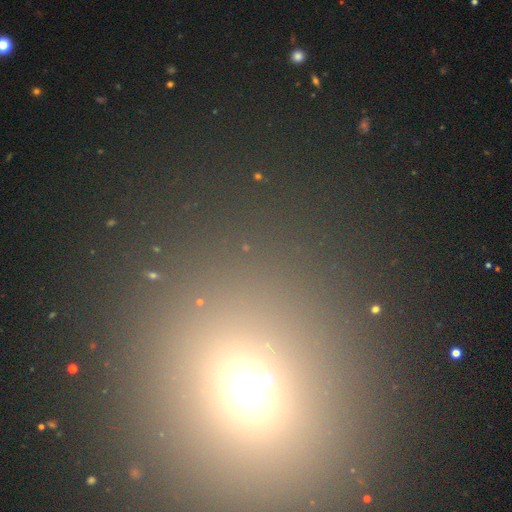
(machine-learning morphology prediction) Smooth or featured: smooth — 49% (star or artifact — 42%)
Merging: none — 87% (minor disturbance — 6%)